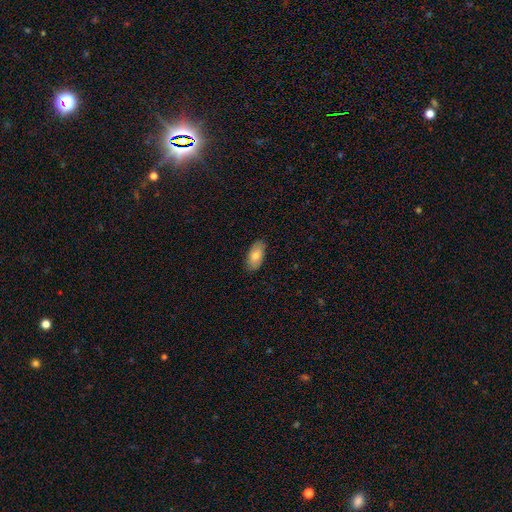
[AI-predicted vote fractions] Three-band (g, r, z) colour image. It shows a smooth galaxy with no disk features (80%) that is in between round and cigar-shaped (93%). Merging: none (86%).